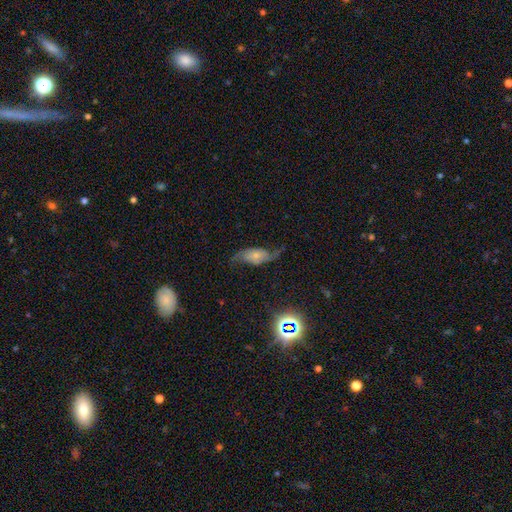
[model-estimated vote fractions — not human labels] smooth-or-featured: featured or disk: 75% | smooth: 16% | star or artifact: 9%
  disk-edge-on: no: 94% | yes: 6%
    bar: no: 70% | weak: 23% | strong: 7%
    has-spiral-arms: yes: 94% | no: 6%
      spiral-winding: loose: 78% | medium: 17% | tight: 5%
      spiral-arm-count: 2: 92% | can't tell: 3% | 1: 3% | 3: 1% | 4: 1% | more than 4: 1%
    bulge-size: small: 59% | moderate: 26% | none: 7% | large: 4% | dominant: 3%
  merging: none: 64% | minor disturbance: 20% | major disturbance: 14% | merger: 2%